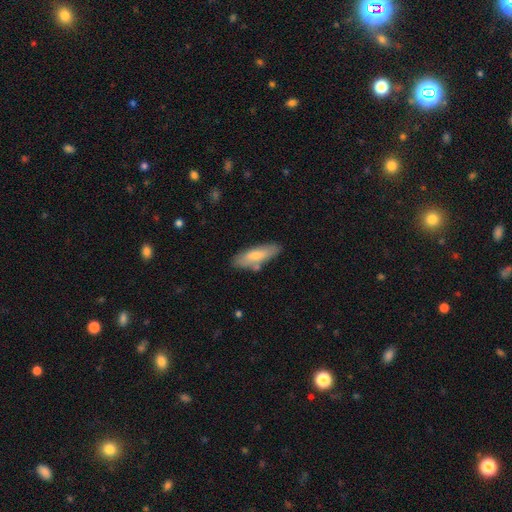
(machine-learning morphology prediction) Smooth or featured? smooth (70%)
How rounded? in between (49%, tied with cigar-shaped)
Merging? none (74%)